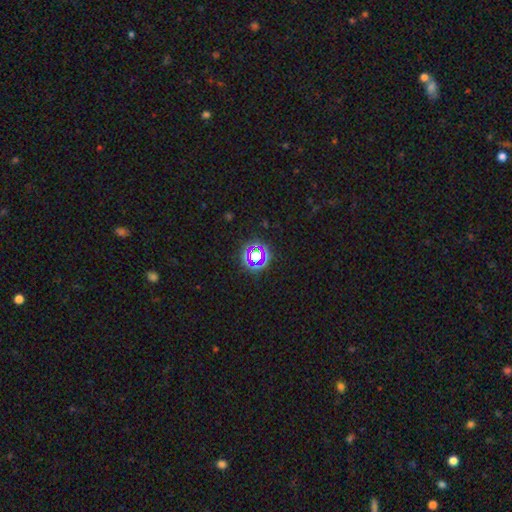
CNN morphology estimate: This appears to be a star or artifact, not a galaxy (65%).